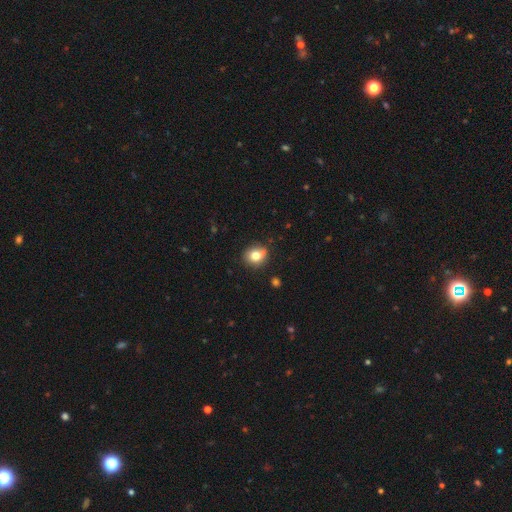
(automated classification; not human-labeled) smooth-or-featured: smooth: 77% | featured or disk: 12% | star or artifact: 11%
  how-rounded: round: 73% | in between: 26% | cigar-shaped: 1%
  merging: none: 75% | minor disturbance: 17% | merger: 4% | major disturbance: 3%